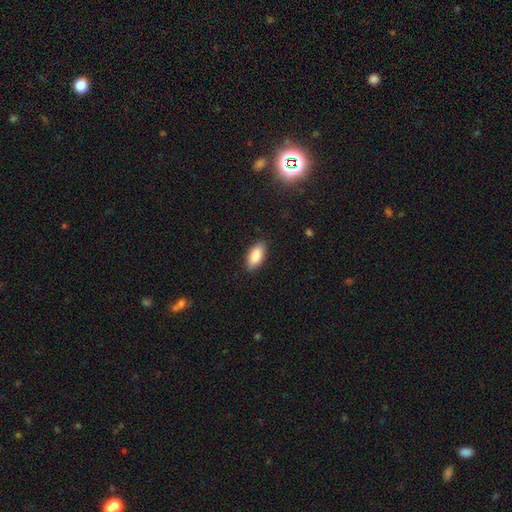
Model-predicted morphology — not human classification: This appears to be a smooth galaxy with no disk features (88%) that is in between round and cigar-shaped (89%). Merging: none (87%).